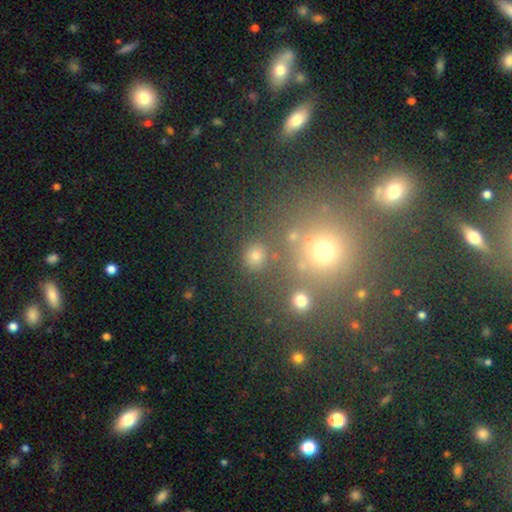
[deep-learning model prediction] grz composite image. It shows a smooth galaxy with no disk features (71%) that is round (83%). Merging: none (78%).